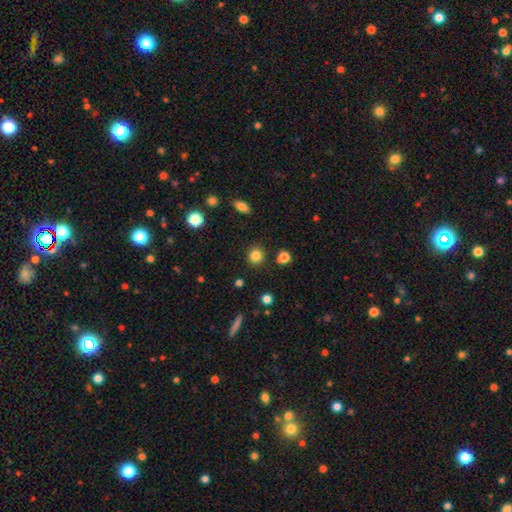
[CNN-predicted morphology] smooth-or-featured: smooth: 83% | star or artifact: 12% | featured or disk: 5%
  how-rounded: round: 89% | in between: 10% | cigar-shaped: 1%
  merging: none: 89% | minor disturbance: 6% | merger: 3% | major disturbance: 2%